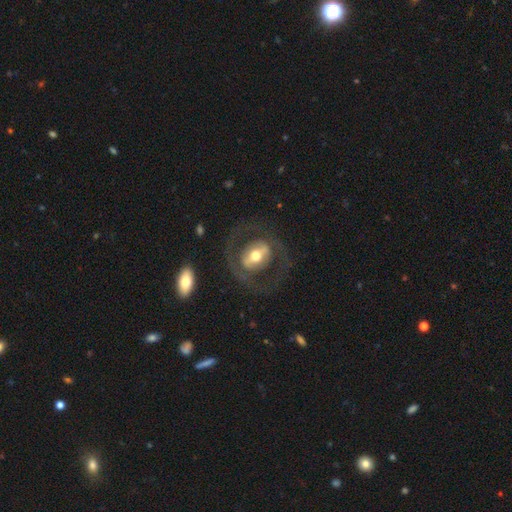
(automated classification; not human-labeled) The model was most divided on "bar": strong: 41%, no: 32%, weak: 27%. More confident: edge-on disk — no (92%); merging — none (70%); spiral arms — no (69%); bulge size — moderate (68%); smooth or featured — featured or disk (64%).